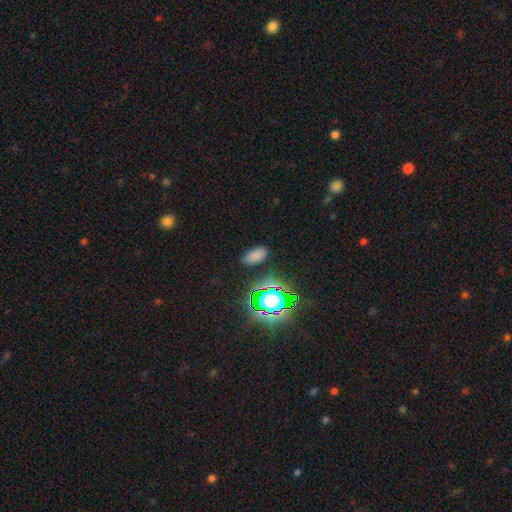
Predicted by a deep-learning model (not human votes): smooth-or-featured: smooth: 70% | star or artifact: 23% | featured or disk: 6%
  how-rounded: in between: 92% | round: 5% | cigar-shaped: 3%
  merging: none: 85% | minor disturbance: 10% | major disturbance: 3% | merger: 2%